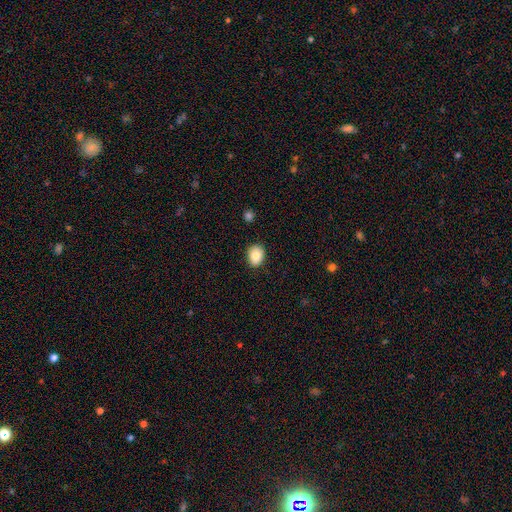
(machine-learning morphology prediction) Smooth or featured? smooth (85%)
How rounded? in between (62%)
Merging? none (87%)